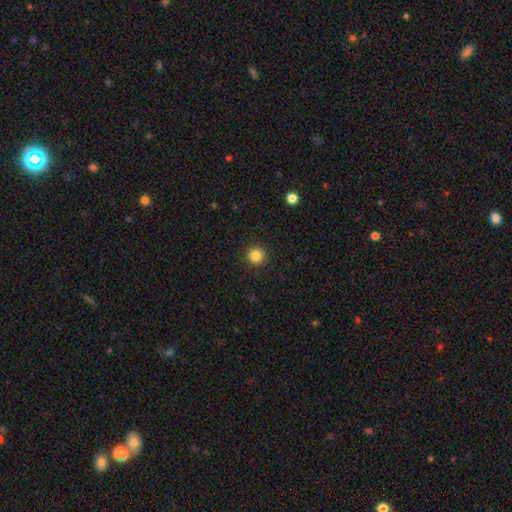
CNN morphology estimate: This appears to be a smooth galaxy with no disk features (84%) that is round (95%). Merging: none (92%).